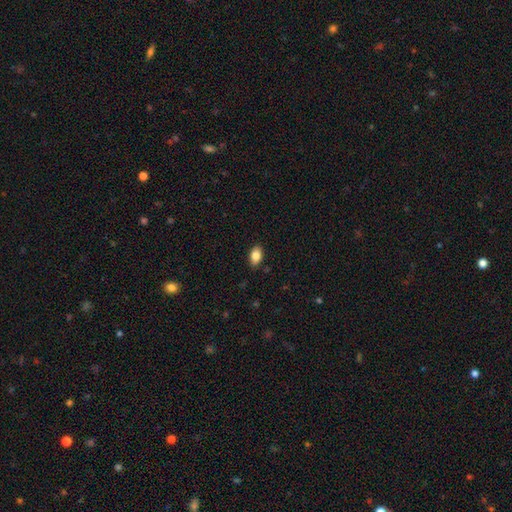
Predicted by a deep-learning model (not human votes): Smooth or featured: smooth — 83% (featured or disk — 9%)
How rounded: in between — 89% (round — 9%)
Merging: none — 87% (minor disturbance — 10%)